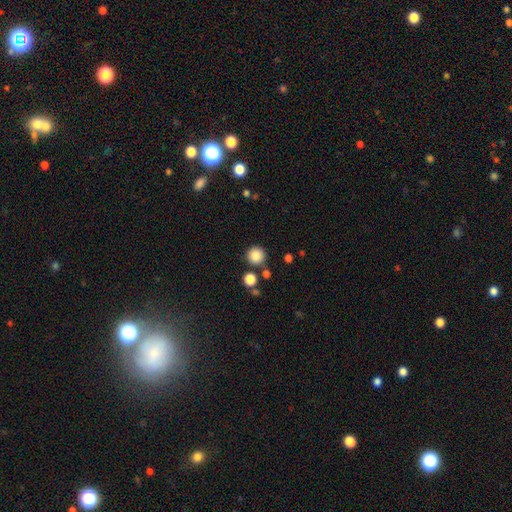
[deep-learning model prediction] This is clearly a smooth galaxy (85%). How rounded: clearly round (94%). Merging: clearly none (82%).